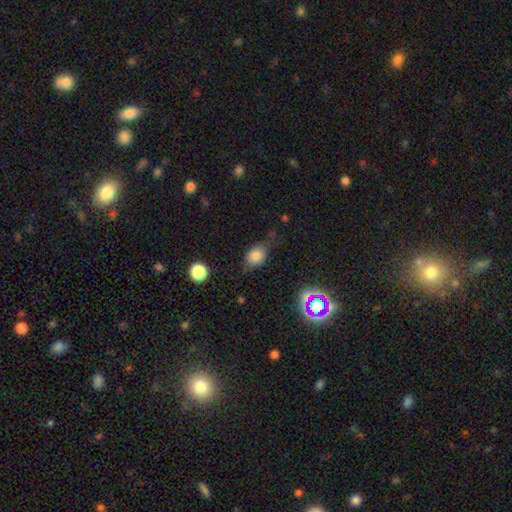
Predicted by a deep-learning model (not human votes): Morphology: type=smooth (75%); roundness=in between (63%); merging=none (61%).